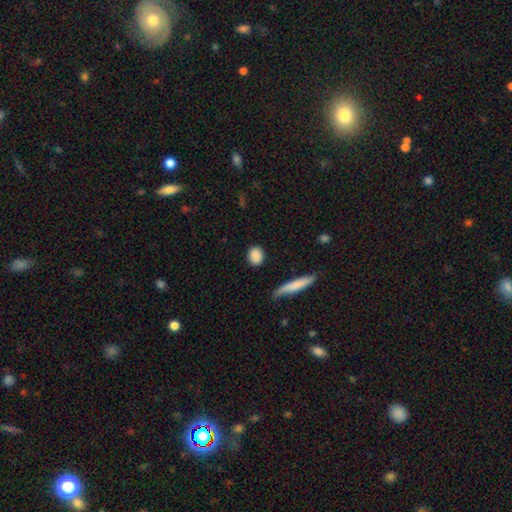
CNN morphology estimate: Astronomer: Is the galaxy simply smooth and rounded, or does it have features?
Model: smooth — 88%.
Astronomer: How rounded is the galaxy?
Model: round — 53% (runner-up: in between, 43%).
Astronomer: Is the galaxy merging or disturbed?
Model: none — 88%.